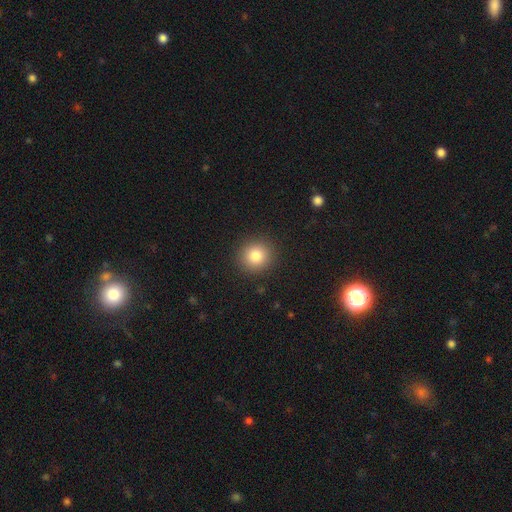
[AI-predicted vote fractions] Smooth or featured?
  - smooth: 83% *
  - star or artifact: 11%
  - featured or disk: 7%
How rounded?
  - round: 90% *
  - in between: 9%
  - cigar-shaped: 1%
Merging?
  - none: 91% *
  - minor disturbance: 6%
  - major disturbance: 2%
  - merger: 1%